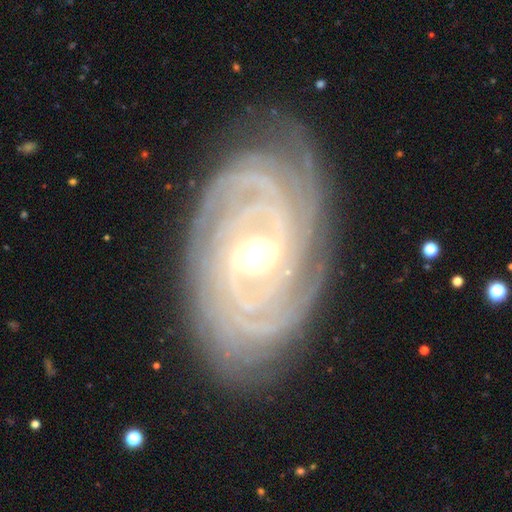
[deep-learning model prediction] Smooth or featured: featured or disk — 91% (star or artifact — 5%)
Edge-on disk: no — 96% (yes — 4%)
Bar: weak — 38% (no — 34%)
Spiral arms: yes — 98% (no — 2%)
Spiral winding: tight — 85% (medium — 12%)
Spiral arm count: 4 — 23% (can't tell — 20%)
Bulge size: moderate — 63% (small — 31%)
Merging: none — 82% (minor disturbance — 13%)